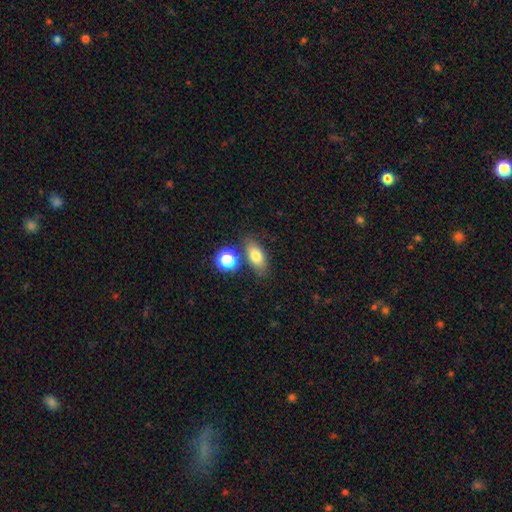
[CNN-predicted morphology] A smooth galaxy with no disk features (77%) that is in between round and cigar-shaped (80%).

Vote fractions:
- Smooth or featured? smooth: 77% / featured or disk: 13% / star or artifact: 11%
- How rounded? in between: 80% / round: 11% / cigar-shaped: 9%
- Merging? none: 73% / minor disturbance: 12% / merger: 11% / major disturbance: 4%